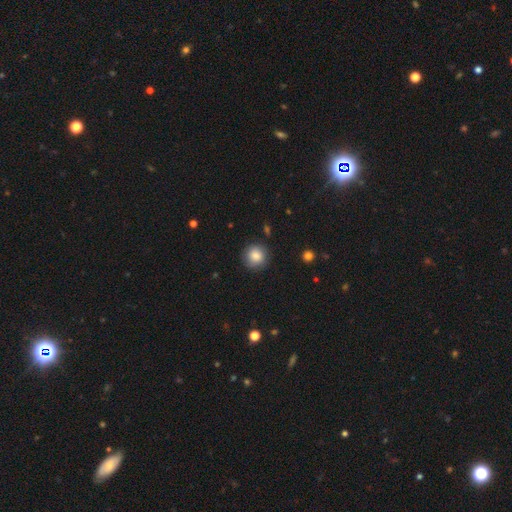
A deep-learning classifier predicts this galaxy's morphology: smooth-or-featured: smooth: 84% | star or artifact: 9% | featured or disk: 7%
  how-rounded: round: 93% | in between: 6% | cigar-shaped: 1%
  merging: none: 86% | minor disturbance: 10% | major disturbance: 3% | merger: 1%